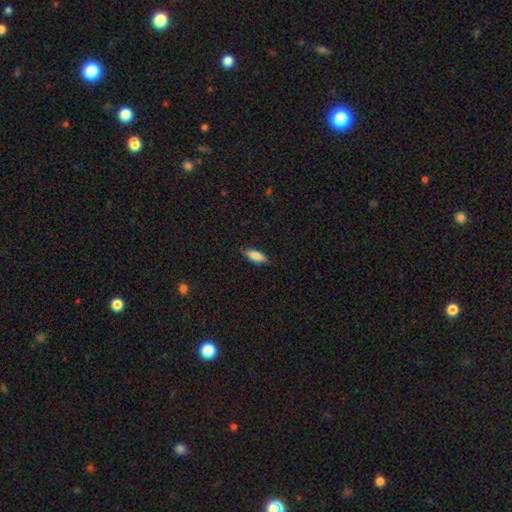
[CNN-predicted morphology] smooth 85%, featured or disk 9%, star or artifact 6%. Down the decision tree: how rounded — in between (70%); merging — none (85%).